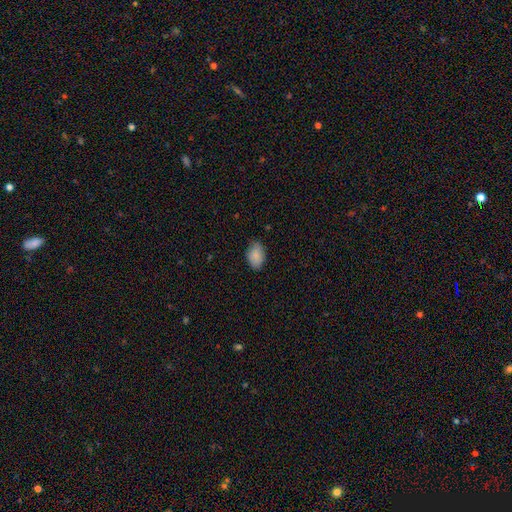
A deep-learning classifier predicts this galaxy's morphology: Q: Smooth or featured?
A: smooth (87%); runner-up: star or artifact (7%)
Q: How rounded?
A: in between (88%); runner-up: round (10%)
Q: Merging?
A: none (78%); runner-up: minor disturbance (18%)